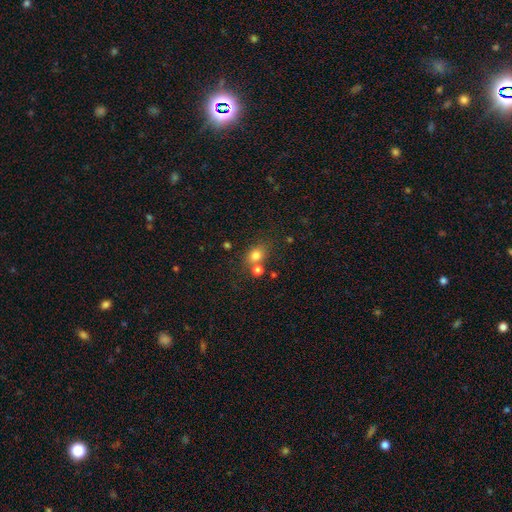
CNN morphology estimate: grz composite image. It shows a smooth galaxy with no disk features (77%) that is round (55%). Merging: none (59%).